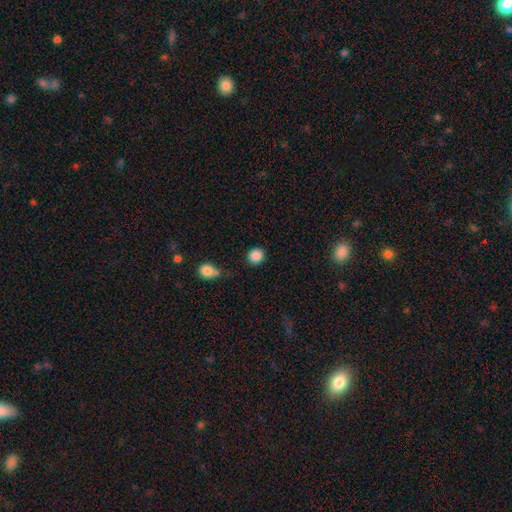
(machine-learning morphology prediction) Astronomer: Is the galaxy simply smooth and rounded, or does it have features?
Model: smooth — 87%.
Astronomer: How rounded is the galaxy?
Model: round — 91%.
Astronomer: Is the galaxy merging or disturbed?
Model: none — 86%.